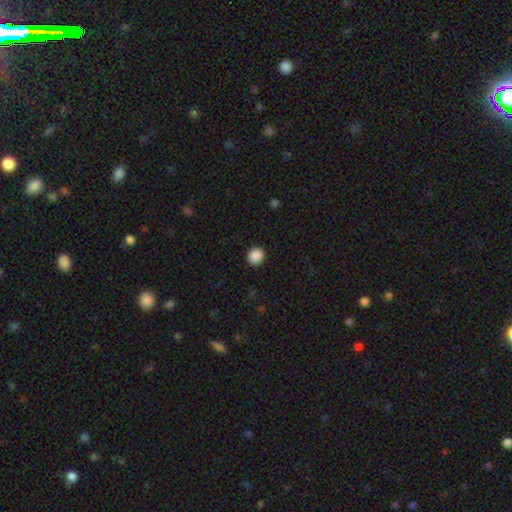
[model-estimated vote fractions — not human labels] A smooth galaxy with no disk features (89%) that is round (79%). Merging: none (92%).